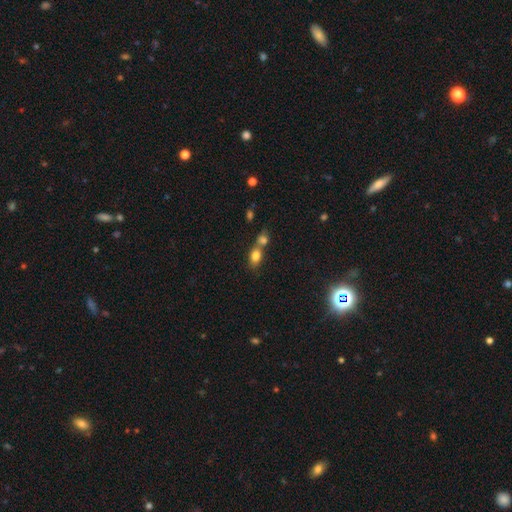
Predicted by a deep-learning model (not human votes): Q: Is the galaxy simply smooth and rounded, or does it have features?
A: smooth — 81%.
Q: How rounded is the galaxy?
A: in between — 70%.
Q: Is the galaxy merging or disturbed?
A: merger — 56%.